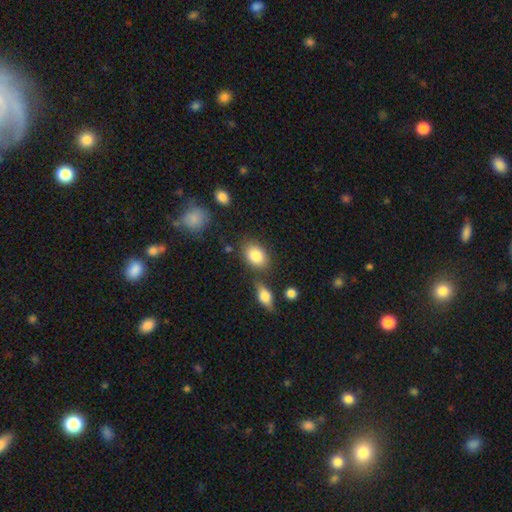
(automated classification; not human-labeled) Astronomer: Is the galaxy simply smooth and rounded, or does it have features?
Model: smooth — 83%.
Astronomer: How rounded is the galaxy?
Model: in between — 79%.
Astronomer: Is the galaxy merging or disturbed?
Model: none — 73%.